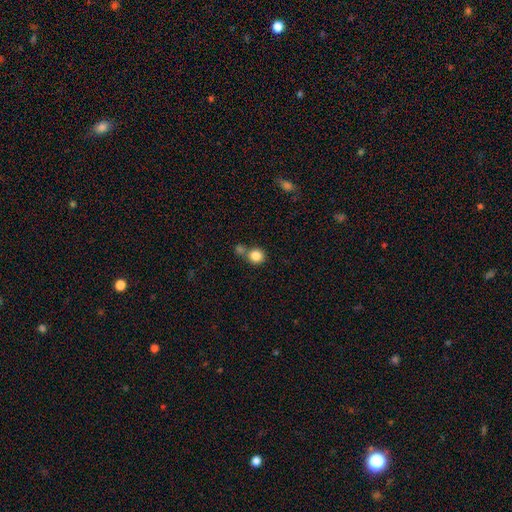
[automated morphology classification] Smooth or featured: smooth — 85% (star or artifact — 10%)
How rounded: round — 90% (in between — 9%)
Merging: none — 54% (merger — 34%)